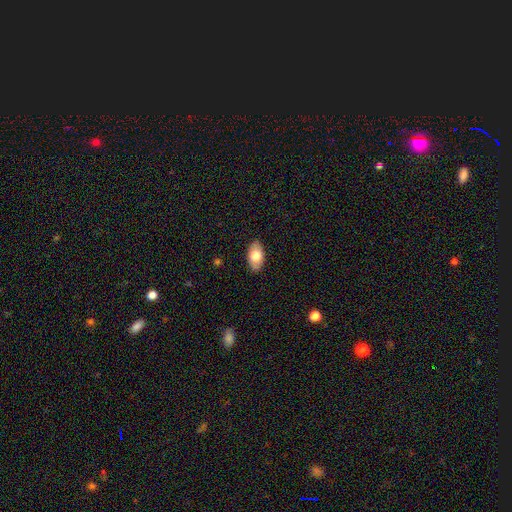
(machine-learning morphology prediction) The model was most divided on "smooth or featured": smooth: 74%, featured or disk: 19%, star or artifact: 6%. More confident: how rounded — in between (93%); merging — none (88%).